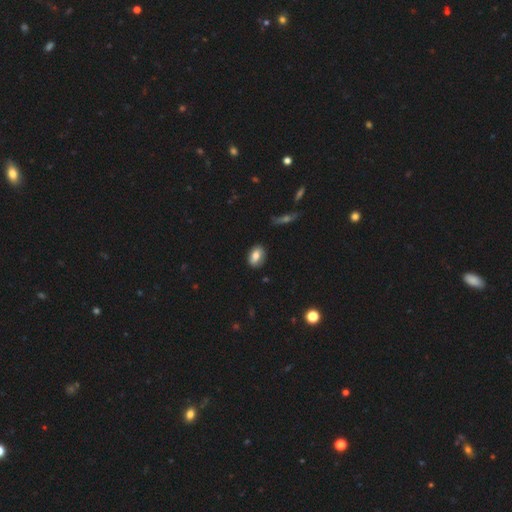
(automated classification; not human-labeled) Smooth or featured? Predicted: smooth (p=0.73). How rounded? Predicted: in between (p=0.80). Merging? Predicted: none (p=0.85).